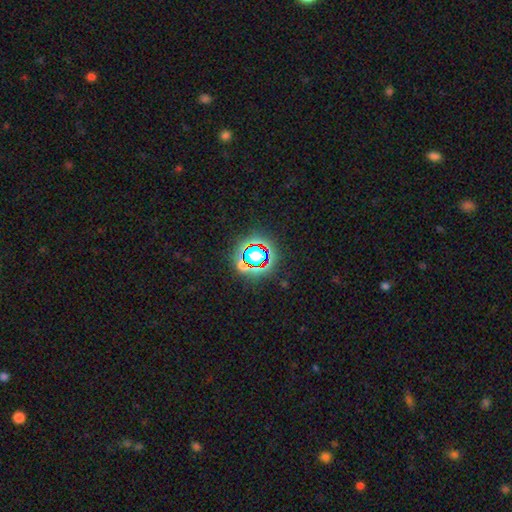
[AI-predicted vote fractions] star or artifact 64%, smooth 24%, featured or disk 12%.